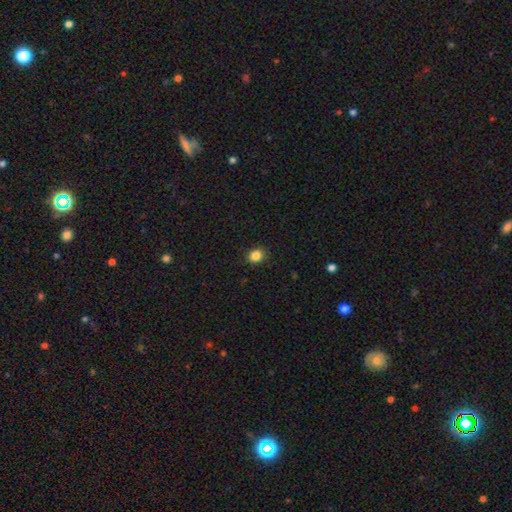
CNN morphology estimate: smooth-or-featured: smooth: 85% | star or artifact: 11% | featured or disk: 5%
  how-rounded: round: 67% | in between: 32% | cigar-shaped: 1%
  merging: none: 90% | minor disturbance: 8% | major disturbance: 2% | merger: 1%